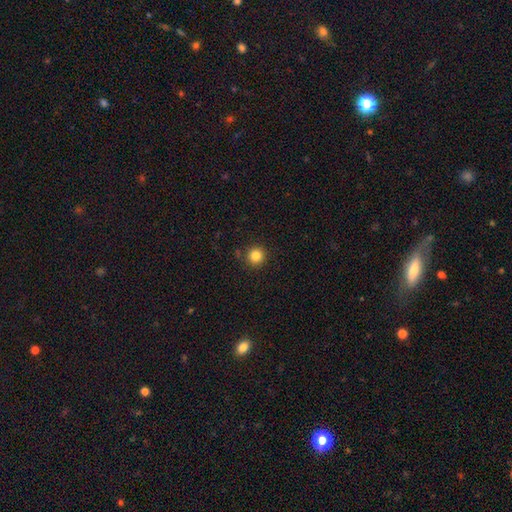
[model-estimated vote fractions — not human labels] smooth 83%, star or artifact 12%, featured or disk 5%. Down the decision tree: how rounded — round (95%); merging — none (89%).